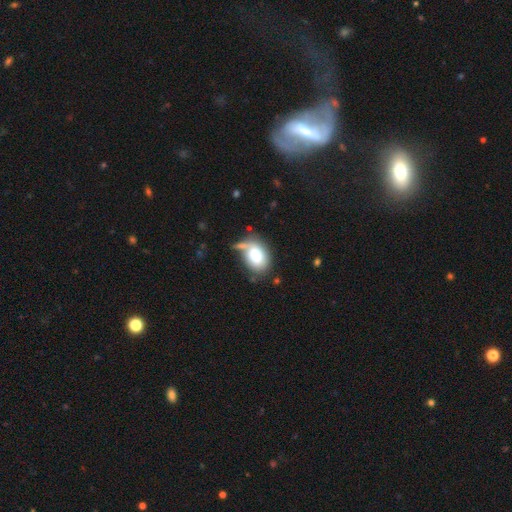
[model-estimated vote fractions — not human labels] Smooth or featured: smooth — 76% (featured or disk — 16%)
How rounded: in between — 73% (round — 26%)
Merging: none — 50% (minor disturbance — 24%)